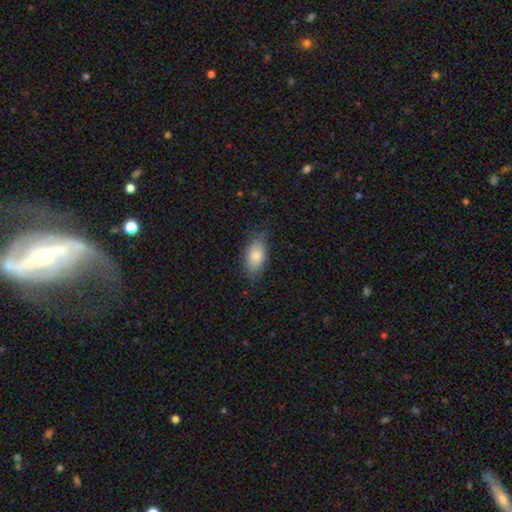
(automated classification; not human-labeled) Smooth or featured? smooth (83%)
How rounded? in between (90%)
Merging? none (72%)